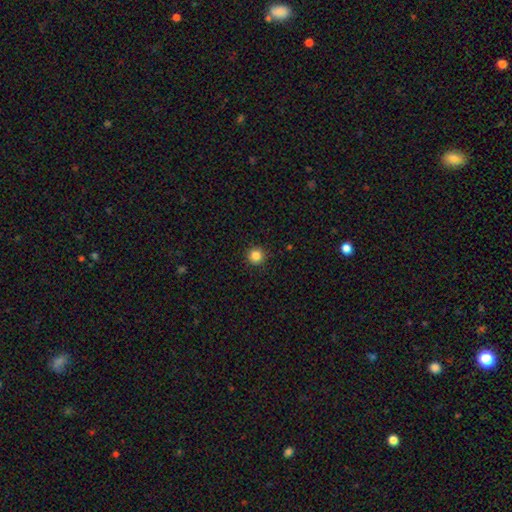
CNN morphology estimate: smooth 85%, star or artifact 11%, featured or disk 4%. Down the decision tree: how rounded — round (96%); merging — none (93%).